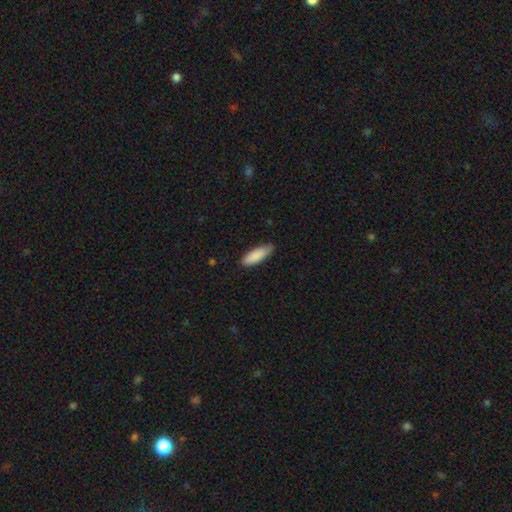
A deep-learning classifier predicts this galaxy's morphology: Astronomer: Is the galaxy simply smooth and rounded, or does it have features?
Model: smooth — 88%.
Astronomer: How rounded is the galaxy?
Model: in between — 53% (runner-up: cigar-shaped, 45%).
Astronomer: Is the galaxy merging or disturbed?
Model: none — 80%.